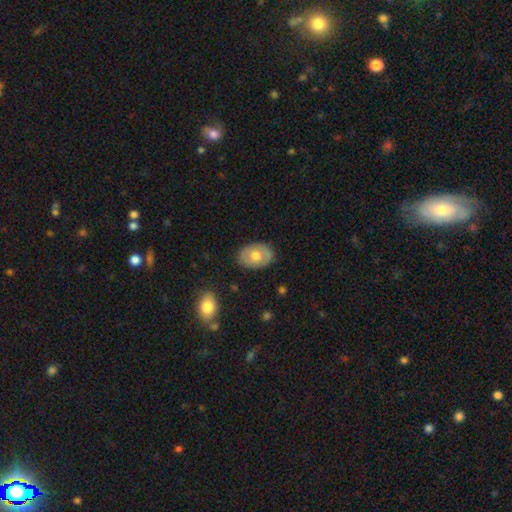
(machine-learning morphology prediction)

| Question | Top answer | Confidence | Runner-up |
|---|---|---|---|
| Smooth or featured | smooth | 58% | featured or disk (36%) |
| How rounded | in between | 77% | round (22%) |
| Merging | none | 82% | minor disturbance (13%) |